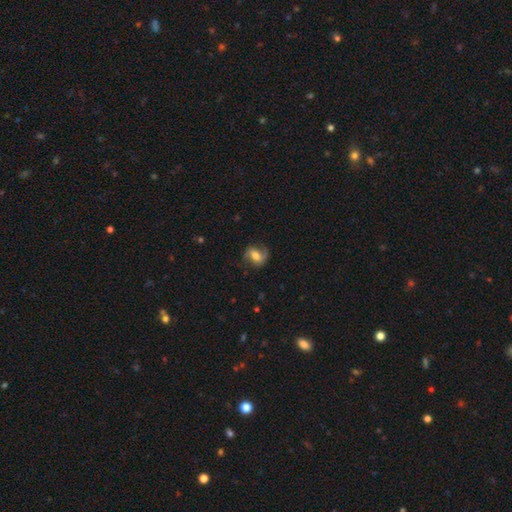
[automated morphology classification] This appears to be a featured or disk galaxy (59%) with a weak bar (42%), 2 (75%) medium (43%) spiral arms (89%) and a moderate central bulge (53%). Merging: none (66%).